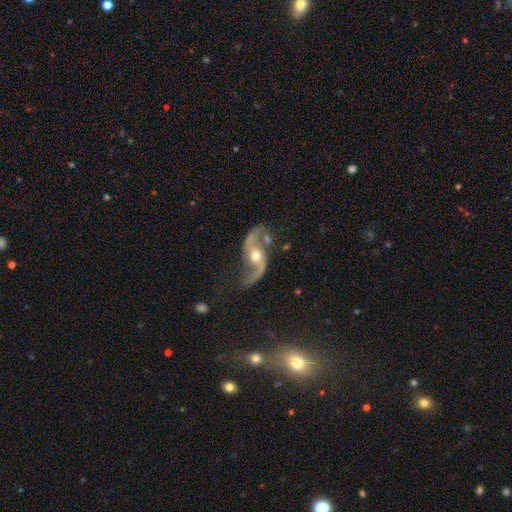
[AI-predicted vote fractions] A featured or disk galaxy (91%) with no bar (61%), 2 (94%) loose (81%) spiral arms (97%) and a moderate central bulge (69%). Merging: none (74%).